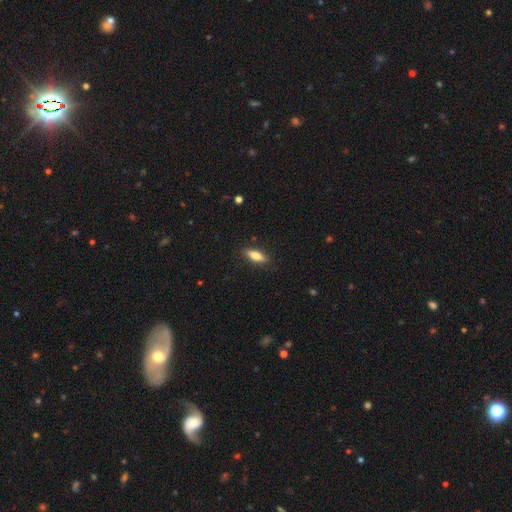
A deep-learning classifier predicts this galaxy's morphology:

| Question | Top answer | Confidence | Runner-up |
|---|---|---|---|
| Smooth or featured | smooth | 77% | featured or disk (17%) |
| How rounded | in between | 62% | cigar-shaped (35%) |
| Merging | none | 86% | minor disturbance (10%) |